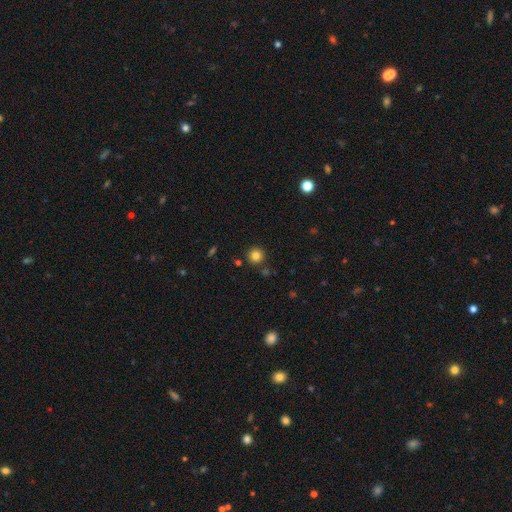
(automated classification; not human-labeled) A smooth galaxy with no disk features (83%) that is round (95%). Merging: none (87%).